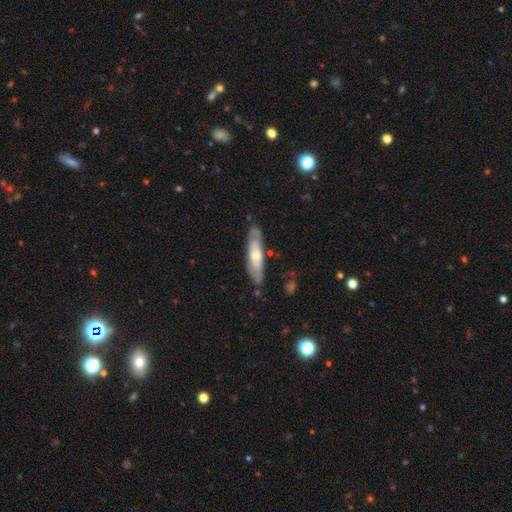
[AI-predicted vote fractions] Smooth or featured? Predicted: featured or disk (p=0.51). Edge-on disk? Predicted: no (p=0.53). Merging? Predicted: none (p=0.79).